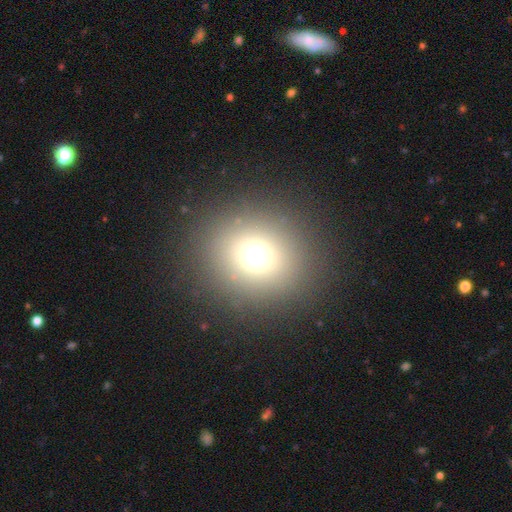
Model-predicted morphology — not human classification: smooth-or-featured: smooth: 67% | star or artifact: 24% | featured or disk: 9%
  how-rounded: round: 82% | in between: 16% | cigar-shaped: 1%
  merging: none: 87% | minor disturbance: 6% | major disturbance: 4% | merger: 2%